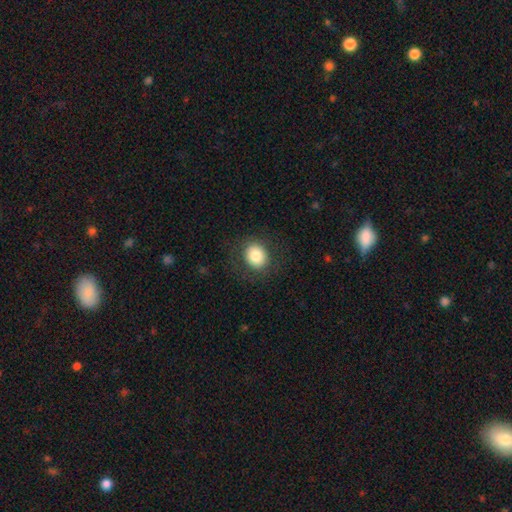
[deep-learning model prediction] smooth 82%, featured or disk 9%, star or artifact 9%. Down the decision tree: how rounded — round (70%); merging — none (85%).